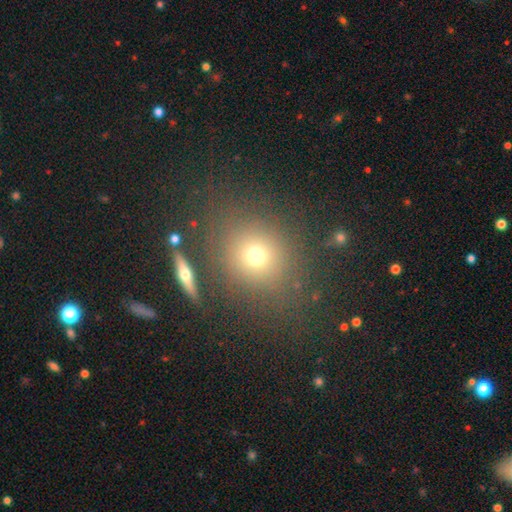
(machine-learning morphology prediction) Smooth or featured? Predicted: smooth (p=0.69). How rounded? Predicted: round (p=0.77). Merging? Predicted: none (p=0.80).